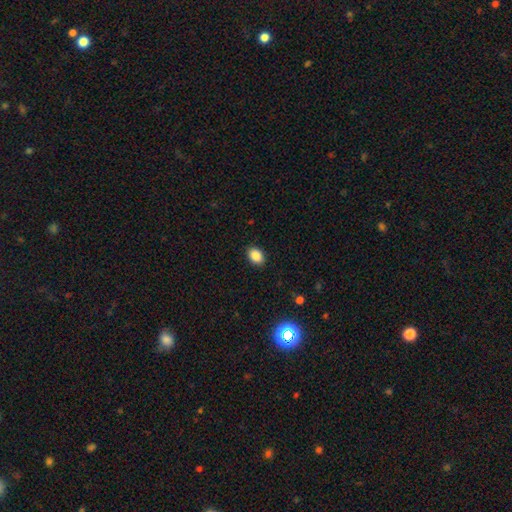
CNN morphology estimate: Smooth or featured: smooth — 87% (star or artifact — 9%)
How rounded: in between — 74% (round — 25%)
Merging: none — 89% (minor disturbance — 7%)